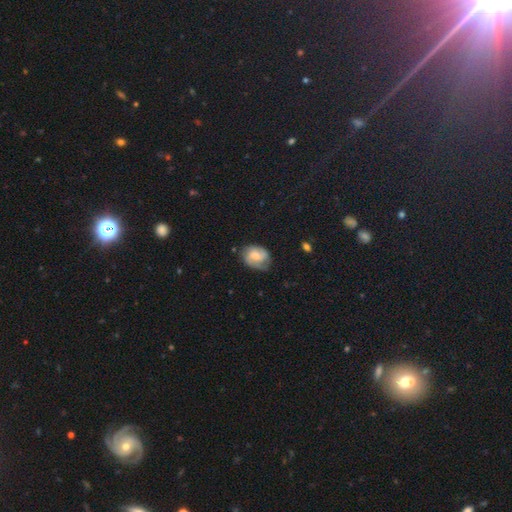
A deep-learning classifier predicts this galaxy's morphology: The model was most divided on "bar": no: 52%, weak: 40%, strong: 8%. Remaining: edge-on disk — no (97%); spiral arms — yes (84%); merging — none (57%); smooth or featured — featured or disk (53%); bulge size — moderate (48%).